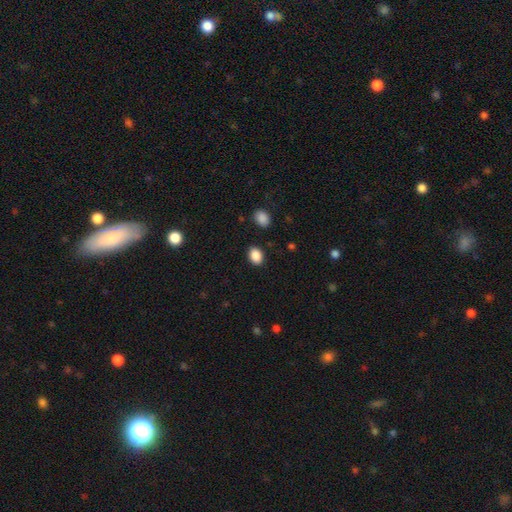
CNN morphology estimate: smooth 88%, star or artifact 9%, featured or disk 4%. Down the decision tree: how rounded — in between (69%); merging — none (87%).